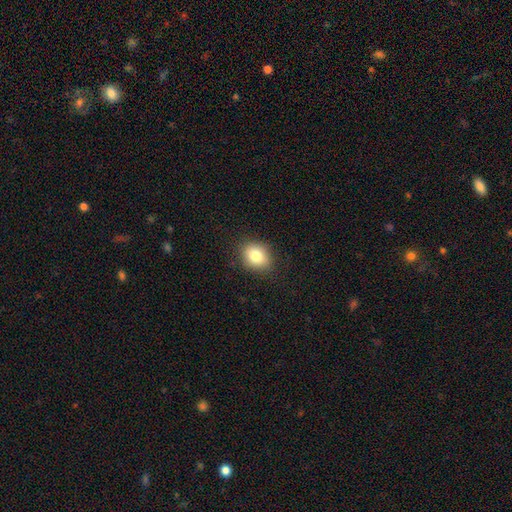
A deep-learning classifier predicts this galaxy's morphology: Smooth or featured?
  - smooth: 82% *
  - star or artifact: 9%
  - featured or disk: 8%
How rounded?
  - in between: 51% *
  - round: 48%
  - cigar-shaped: 1%
Merging?
  - none: 87% *
  - minor disturbance: 10%
  - major disturbance: 3%
  - merger: 1%